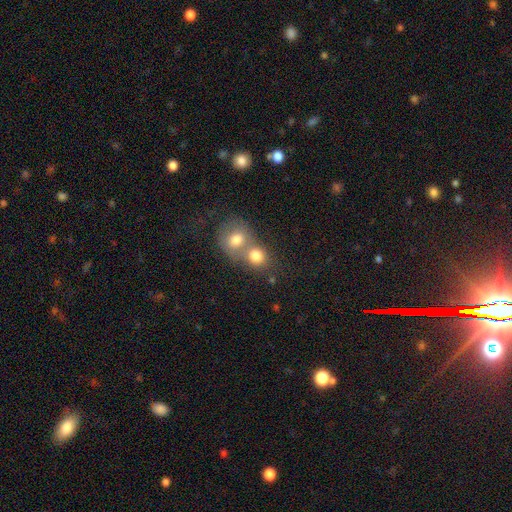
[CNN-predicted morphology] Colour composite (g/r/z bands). It shows a smooth galaxy with no disk features (77%) that is round (74%). Merging: merger (58%).